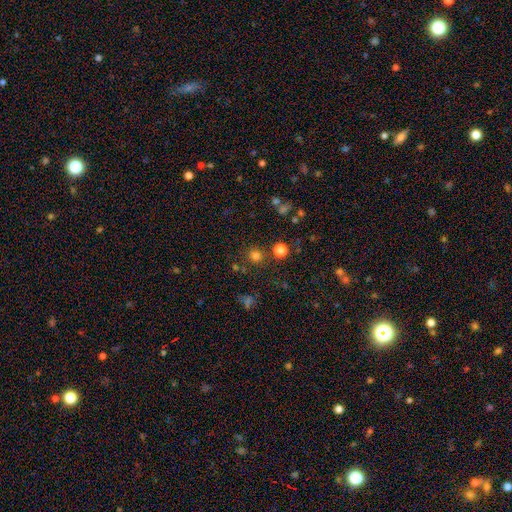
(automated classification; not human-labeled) Overall: smooth (76%). How rounded: round (92%). Merging: none (82%).